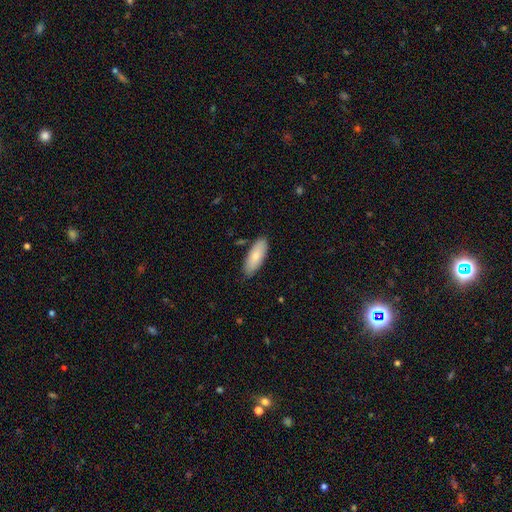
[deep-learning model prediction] Overall: smooth (79%). How rounded: in between (76%). Merging: none (82%).